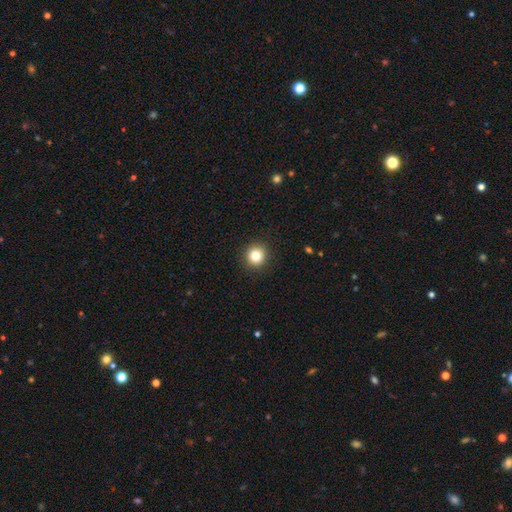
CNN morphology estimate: smooth-or-featured: smooth: 84% | star or artifact: 11% | featured or disk: 5%
  how-rounded: round: 92% | in between: 7% | cigar-shaped: 1%
  merging: none: 92% | minor disturbance: 5% | major disturbance: 2% | merger: 1%